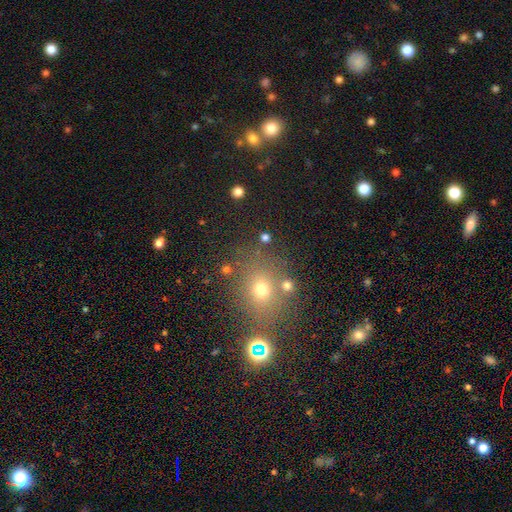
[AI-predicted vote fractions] smooth_or_featured: smooth (p=0.54) [alt: star or artifact p=0.35]
how_rounded: round (p=0.73) [alt: in between p=0.26]
merging: none (p=0.76) [alt: merger p=0.10]